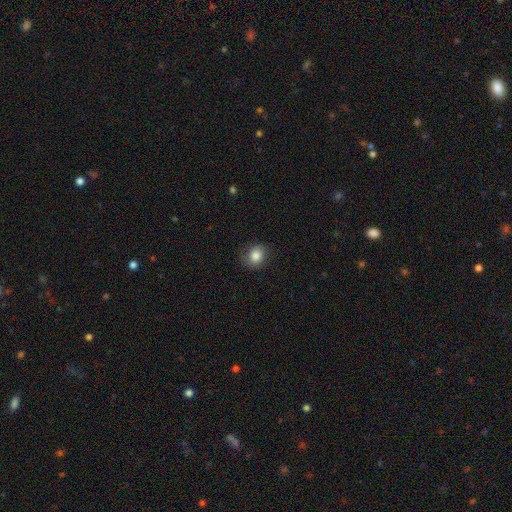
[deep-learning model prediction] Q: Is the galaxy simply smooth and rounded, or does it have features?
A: smooth — 84%.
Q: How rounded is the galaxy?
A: round — 68%.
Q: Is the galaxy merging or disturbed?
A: none — 79%.